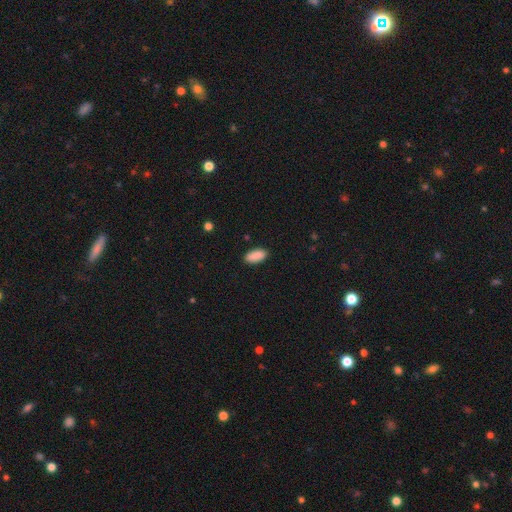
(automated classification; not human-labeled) smooth_or_featured: smooth (p=0.90) [alt: star or artifact p=0.07]
how_rounded: in between (p=0.90) [alt: cigar-shaped p=0.08]
merging: none (p=0.89) [alt: minor disturbance p=0.08]